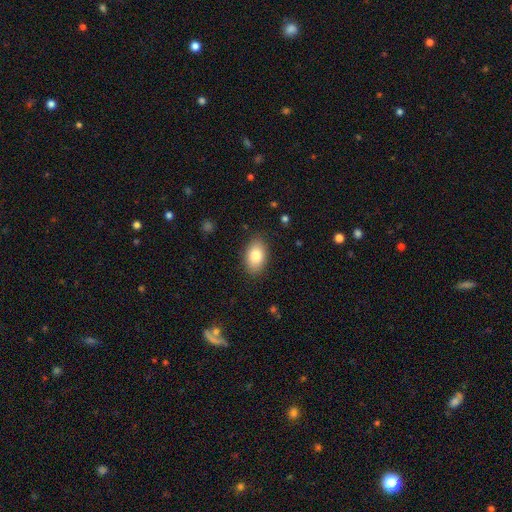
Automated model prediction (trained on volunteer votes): smooth-or-featured: smooth: 83% | featured or disk: 10% | star or artifact: 7%
  how-rounded: in between: 90% | round: 8% | cigar-shaped: 1%
  merging: none: 86% | minor disturbance: 10% | major disturbance: 3% | merger: 1%